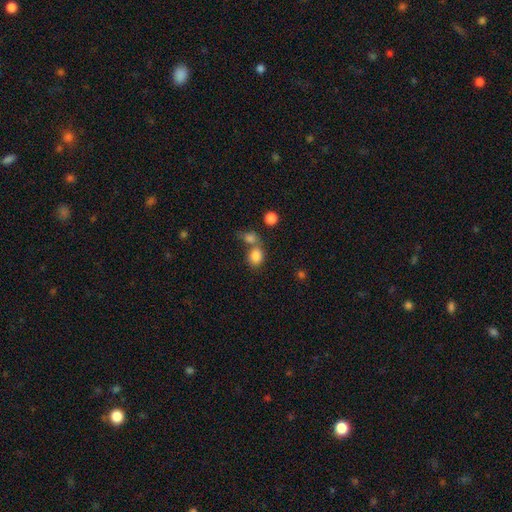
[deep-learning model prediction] smooth_or_featured: smooth (p=0.84) [alt: star or artifact p=0.10]
how_rounded: round (p=0.50) [alt: in between p=0.49]
merging: none (p=0.43) [alt: merger p=0.42]